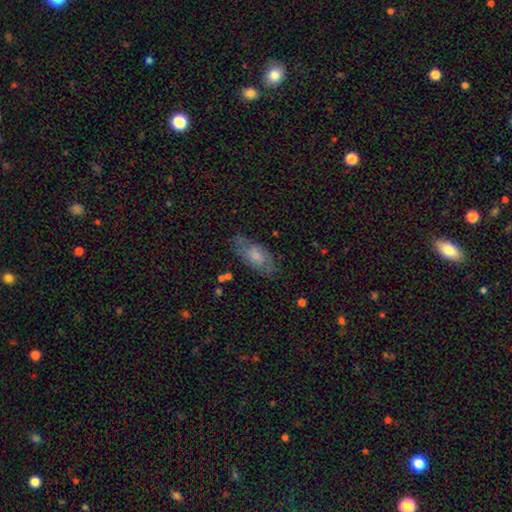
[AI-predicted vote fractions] Smooth or featured: smooth — 60% (featured or disk — 32%)
How rounded: in between — 86% (cigar-shaped — 11%)
Merging: none — 69% (minor disturbance — 22%)